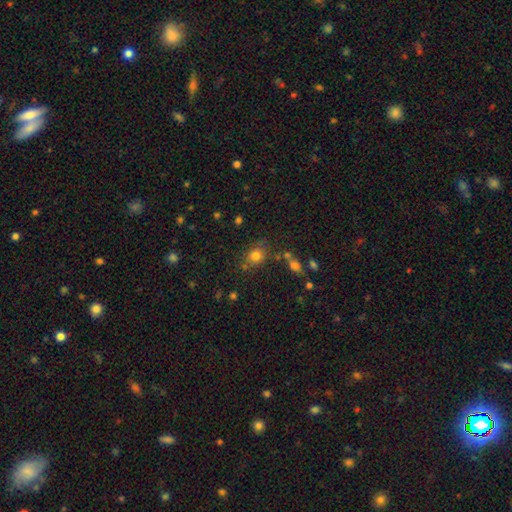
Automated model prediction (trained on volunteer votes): Smooth or featured?
  - smooth: 77% *
  - star or artifact: 14%
  - featured or disk: 9%
How rounded?
  - round: 65% *
  - in between: 34%
  - cigar-shaped: 1%
Merging?
  - none: 71% *
  - minor disturbance: 15%
  - merger: 9%
  - major disturbance: 5%